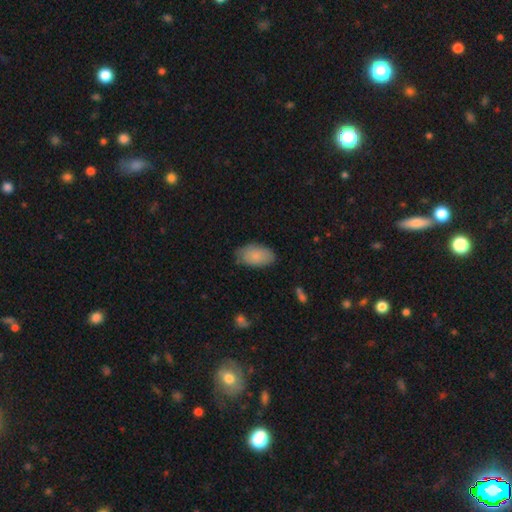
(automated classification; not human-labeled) smooth-or-featured: smooth: 83% | featured or disk: 11% | star or artifact: 6%
  how-rounded: in between: 94% | round: 4% | cigar-shaped: 2%
  merging: none: 75% | minor disturbance: 20% | major disturbance: 4% | merger: 1%